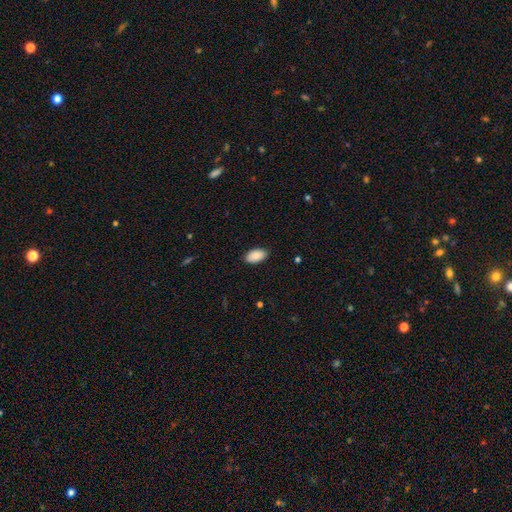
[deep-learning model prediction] This appears to be a smooth galaxy with no disk features (89%) that is in between round and cigar-shaped (95%). Merging: none (87%).